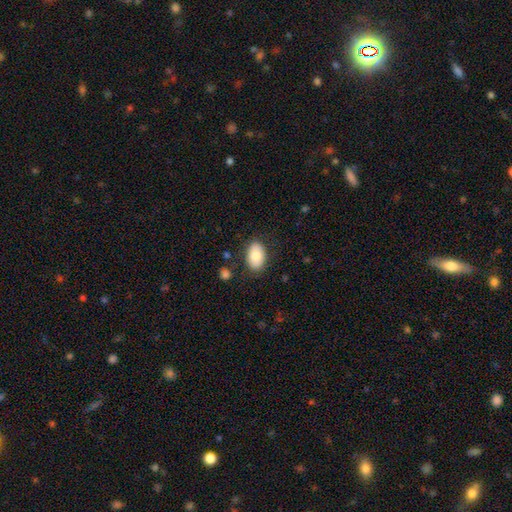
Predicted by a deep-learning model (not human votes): smooth_or_featured: smooth (p=0.78) [alt: featured or disk p=0.15]
how_rounded: in between (p=0.90) [alt: round p=0.09]
merging: none (p=0.82) [alt: minor disturbance p=0.12]